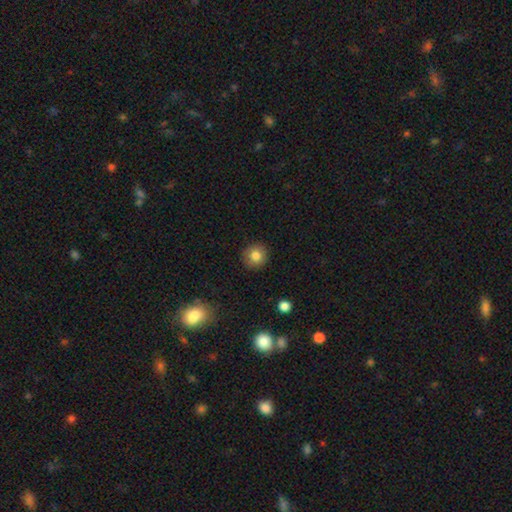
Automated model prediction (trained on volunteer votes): Overall: smooth (82%). How rounded: round (92%). Merging: none (89%).